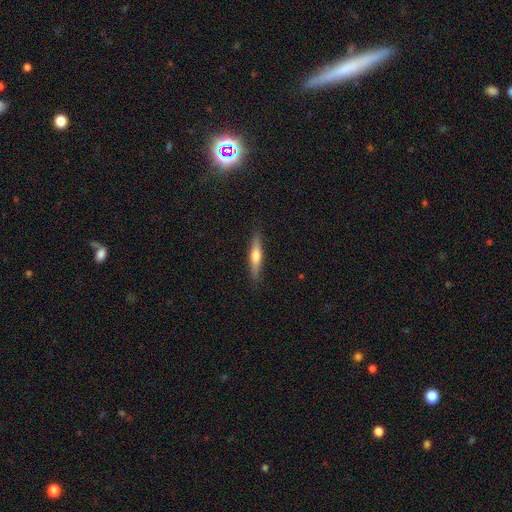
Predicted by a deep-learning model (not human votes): A smooth galaxy with no disk features (51%) that is cigar-shaped (85%). Merging: none (88%).